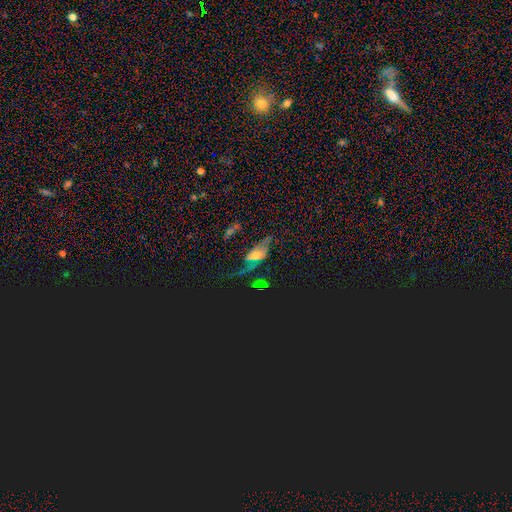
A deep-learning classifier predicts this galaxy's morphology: A featured or disk galaxy (41%).

Vote fractions:
- Smooth or featured? featured or disk: 41% / smooth: 30% / star or artifact: 29%
- Merging? none: 39% / major disturbance: 30% / minor disturbance: 21% / merger: 10%